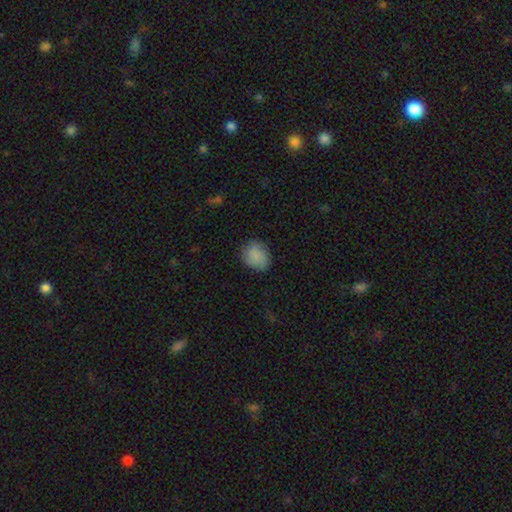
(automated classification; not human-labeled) Q: Smooth or featured?
A: smooth (83%); runner-up: featured or disk (9%)
Q: How rounded?
A: round (67%); runner-up: in between (32%)
Q: Merging?
A: none (77%); runner-up: minor disturbance (17%)